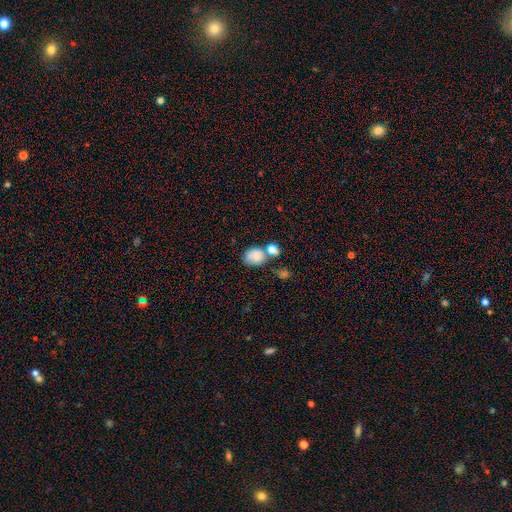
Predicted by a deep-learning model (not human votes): Overall: smooth (76%). How rounded: in between (56%; round 42%). Merging: none (44%; merger 29%).